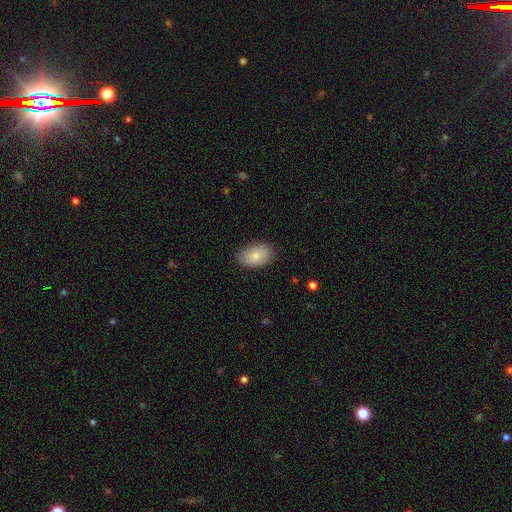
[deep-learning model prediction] Smooth or featured: smooth — 82% (featured or disk — 11%)
How rounded: in between — 91% (round — 8%)
Merging: none — 83% (minor disturbance — 14%)